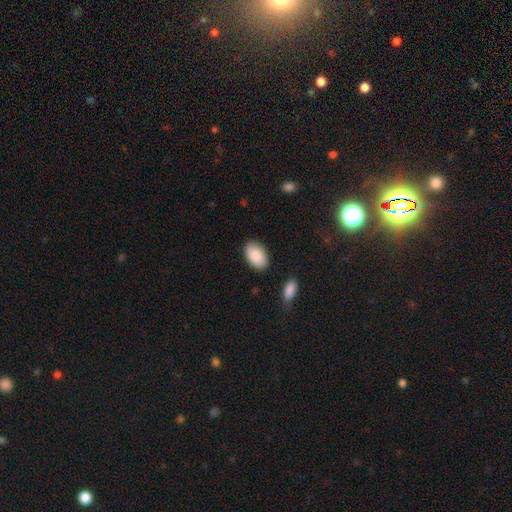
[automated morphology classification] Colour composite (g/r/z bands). It shows a smooth galaxy with no disk features (90%) that is in between round and cigar-shaped (93%). Merging: none (85%).